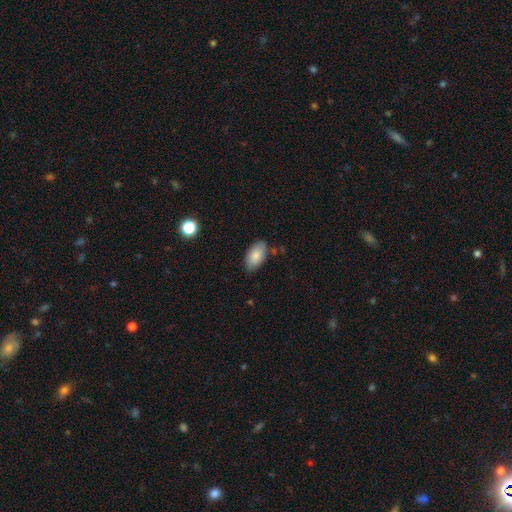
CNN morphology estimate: smooth_or_featured: smooth (p=0.84) [alt: featured or disk p=0.10]
how_rounded: in between (p=0.94) [alt: round p=0.03]
merging: none (p=0.79) [alt: minor disturbance p=0.16]